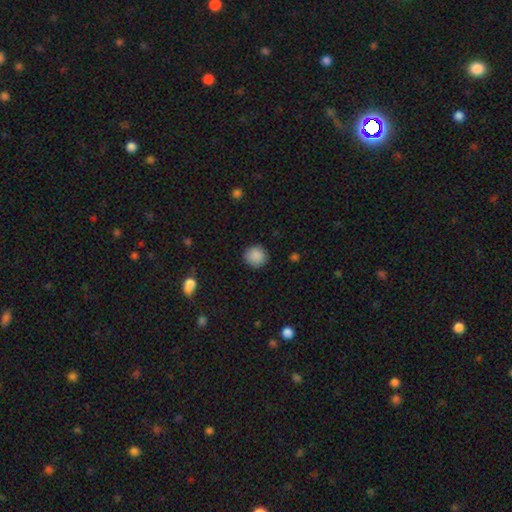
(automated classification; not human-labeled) Smooth or featured? smooth (88%)
How rounded? round (92%)
Merging? none (89%)